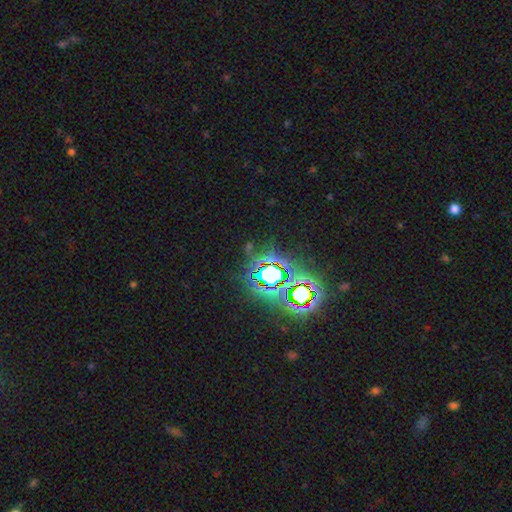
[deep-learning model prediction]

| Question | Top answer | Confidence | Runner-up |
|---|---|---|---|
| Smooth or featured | star or artifact | 81% | smooth (11%) |